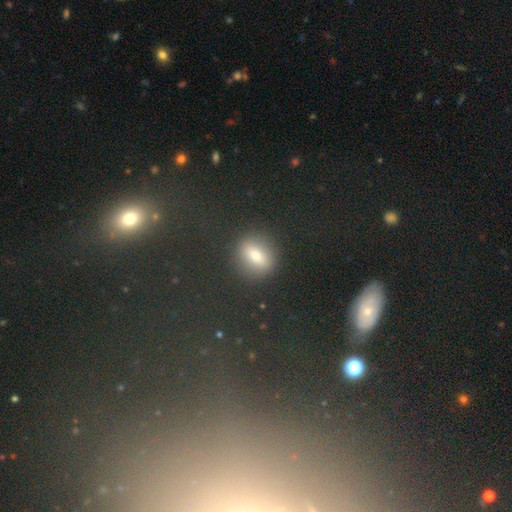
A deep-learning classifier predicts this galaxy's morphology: Overall: smooth (69%). How rounded: in between (52%; round 41%). Merging: none (83%).